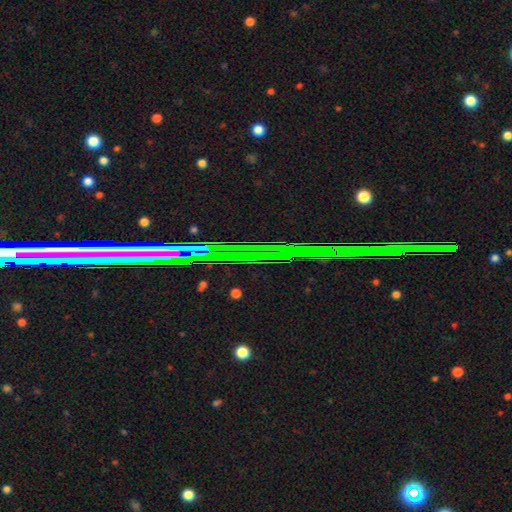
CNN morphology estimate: Smooth or featured? Predicted: star or artifact (p=0.72).